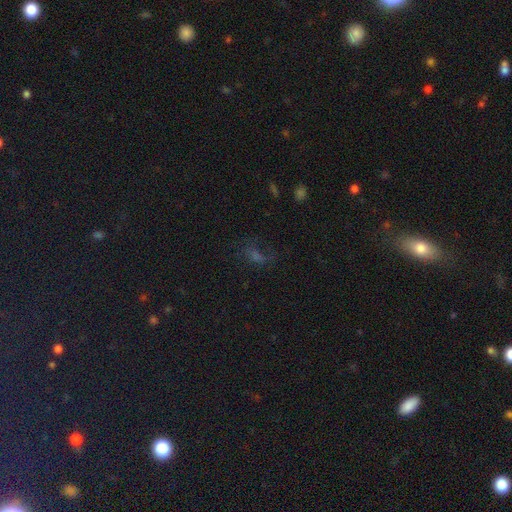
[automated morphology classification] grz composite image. It shows a star or artifact, not a galaxy (39%).